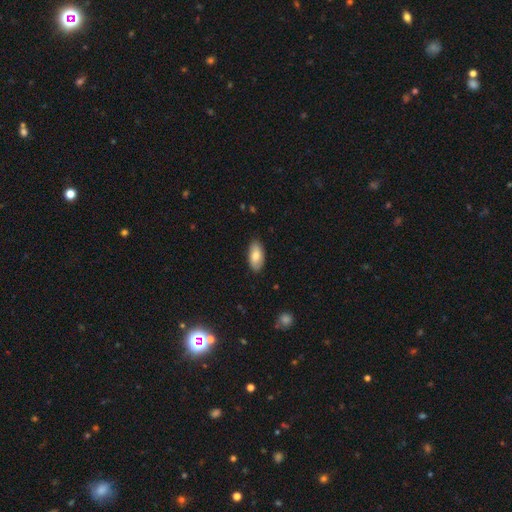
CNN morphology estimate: Smooth or featured? Predicted: smooth (p=0.77). How rounded? Predicted: in between (p=0.93). Merging? Predicted: none (p=0.84).